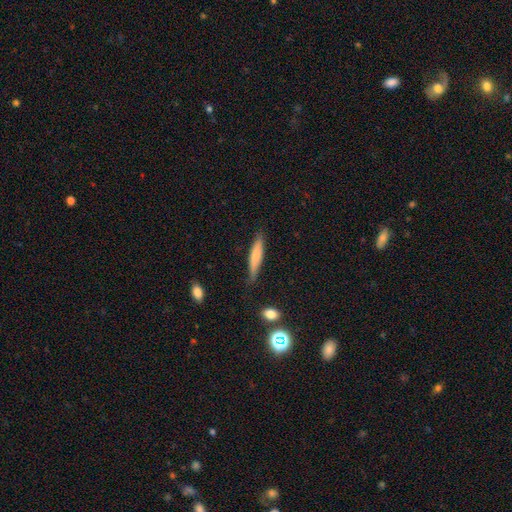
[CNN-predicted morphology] This is likely a smooth galaxy (66%). How rounded: clearly cigar-shaped (85%). Merging: likely none (77%).